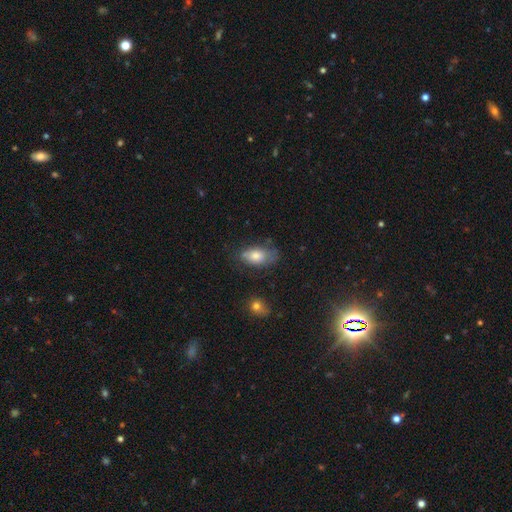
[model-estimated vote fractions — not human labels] Smooth or featured?
  - smooth: 72% *
  - featured or disk: 18%
  - star or artifact: 10%
How rounded?
  - in between: 89% *
  - round: 7%
  - cigar-shaped: 4%
Merging?
  - none: 59% *
  - minor disturbance: 28%
  - major disturbance: 10%
  - merger: 4%